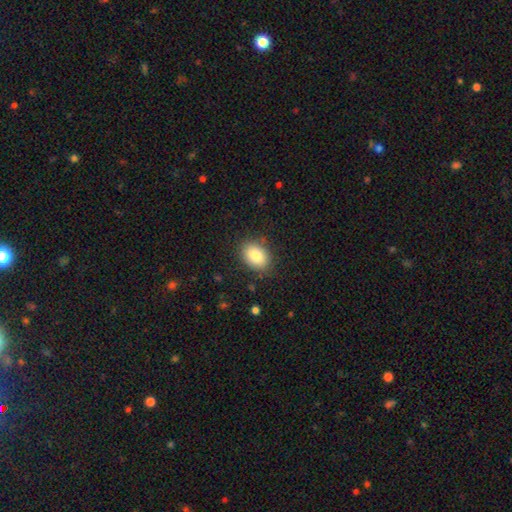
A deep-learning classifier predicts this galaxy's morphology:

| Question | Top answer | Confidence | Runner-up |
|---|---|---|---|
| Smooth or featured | smooth | 83% | featured or disk (9%) |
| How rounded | in between | 74% | round (25%) |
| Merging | none | 84% | minor disturbance (11%) |